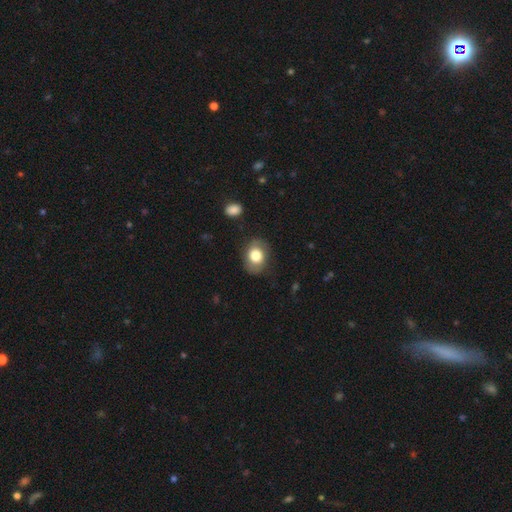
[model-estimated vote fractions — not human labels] Q: Smooth or featured?
A: smooth (76%); runner-up: featured or disk (17%)
Q: How rounded?
A: in between (62%); runner-up: round (37%)
Q: Merging?
A: none (80%); runner-up: minor disturbance (14%)